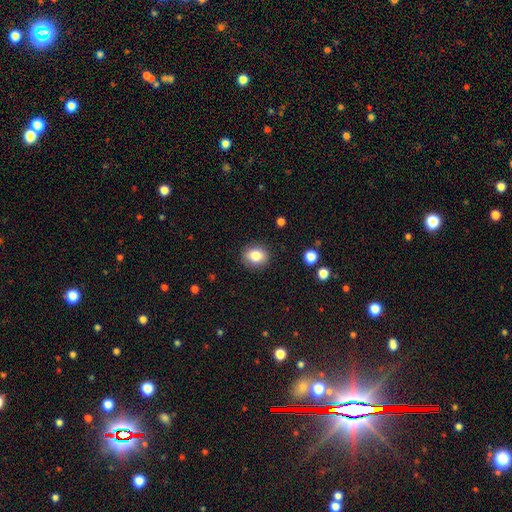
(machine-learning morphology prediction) Smooth or featured: smooth — 83% (star or artifact — 10%)
How rounded: round — 66% (in between — 33%)
Merging: none — 88% (minor disturbance — 8%)